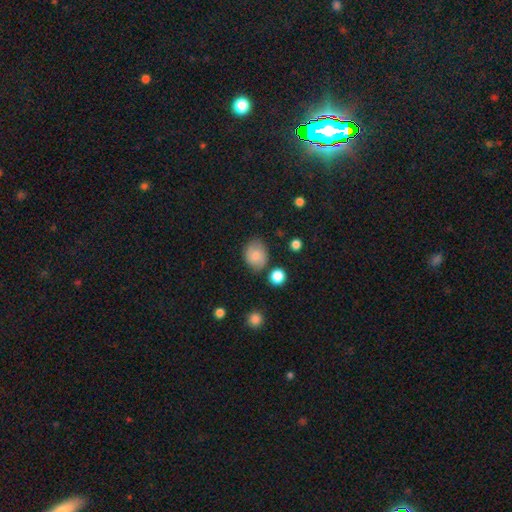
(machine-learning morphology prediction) Q: Smooth or featured?
A: smooth (72%); runner-up: featured or disk (18%)
Q: How rounded?
A: round (51%); runner-up: in between (48%)
Q: Merging?
A: none (73%); runner-up: minor disturbance (19%)